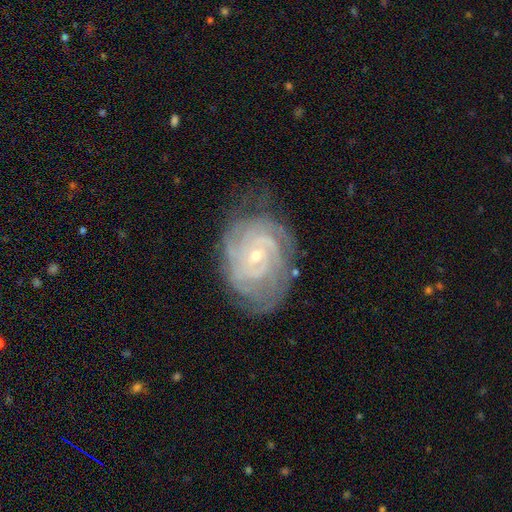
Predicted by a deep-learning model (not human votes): featured or disk 88%, smooth 7%, star or artifact 6%. Down the decision tree: edge-on disk — no (97%); bar — no (61%); spiral arms — yes (97%); spiral arm count — can't tell (28%); spiral winding — tight (76%); bulge size — small (74%); merging — none (70%).